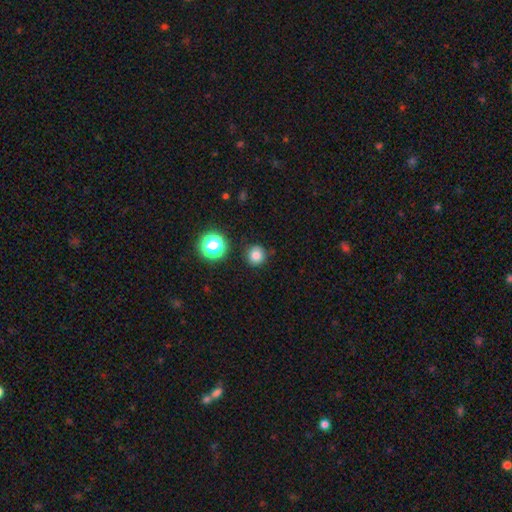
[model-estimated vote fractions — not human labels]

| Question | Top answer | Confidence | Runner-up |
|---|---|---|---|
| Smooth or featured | smooth | 81% | star or artifact (14%) |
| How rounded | round | 94% | in between (6%) |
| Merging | none | 88% | minor disturbance (8%) |